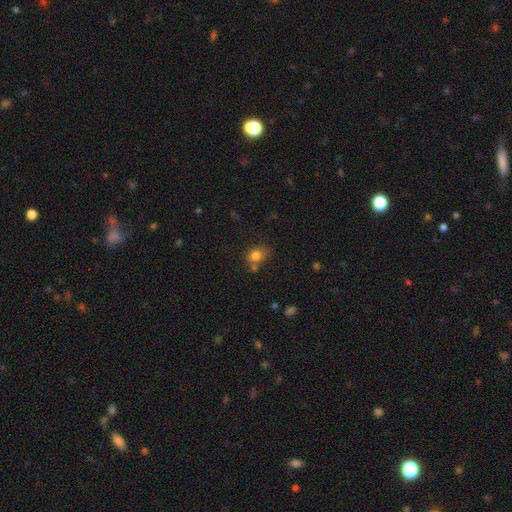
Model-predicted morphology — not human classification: Q: Smooth or featured?
A: smooth (79%); runner-up: star or artifact (12%)
Q: How rounded?
A: round (51%); runner-up: in between (48%)
Q: Merging?
A: none (54%); runner-up: minor disturbance (20%)